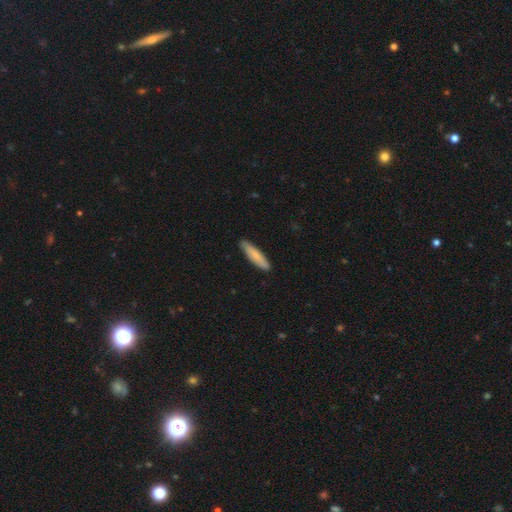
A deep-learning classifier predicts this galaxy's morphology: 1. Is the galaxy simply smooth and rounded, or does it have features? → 77% smooth, 17% featured or disk, 5% star or artifact.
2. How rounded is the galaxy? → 79% cigar-shaped, 19% in between, 1% round.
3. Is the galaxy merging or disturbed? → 87% none, 11% minor disturbance, 2% major disturbance, 1% merger.